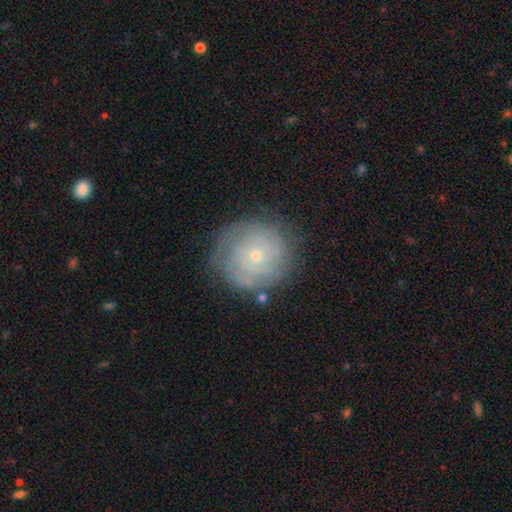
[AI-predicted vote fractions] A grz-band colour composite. It shows a featured or disk galaxy (77%) with no bar (83%), tight (84%) spiral arms (93%) and a small central bulge (74%). Merging: none (80%).